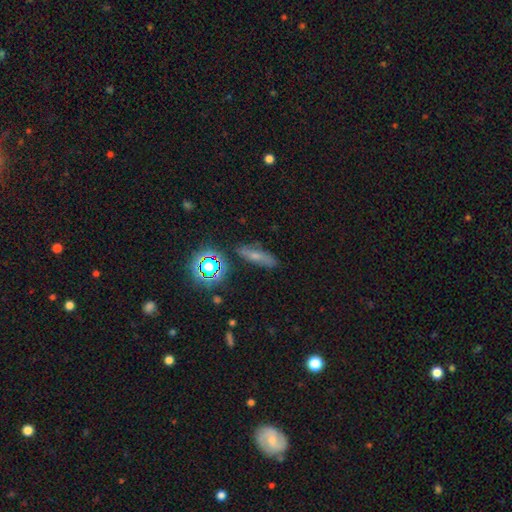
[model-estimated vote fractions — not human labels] Morphology: type=smooth (50%); roundness=cigar-shaped (56%); merging=none (77%).